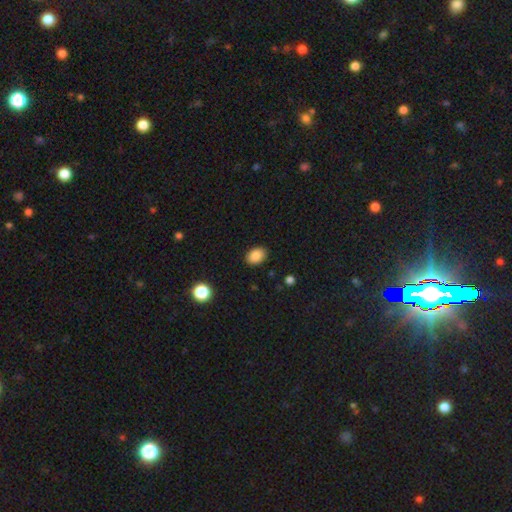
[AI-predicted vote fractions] This appears to be a smooth galaxy with no disk features (87%) that is in between round and cigar-shaped (77%). Merging: none (88%).